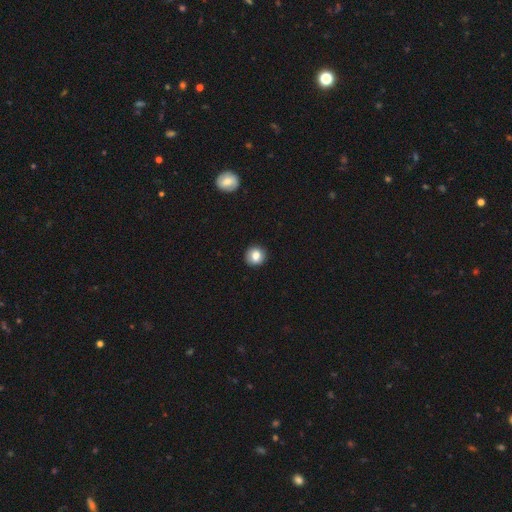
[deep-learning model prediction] A smooth galaxy with no disk features (83%) that is round (88%).

Vote fractions:
- Smooth or featured? smooth: 83% / star or artifact: 9% / featured or disk: 8%
- How rounded? round: 88% / in between: 11% / cigar-shaped: 1%
- Merging? none: 90% / minor disturbance: 7% / major disturbance: 2% / merger: 1%